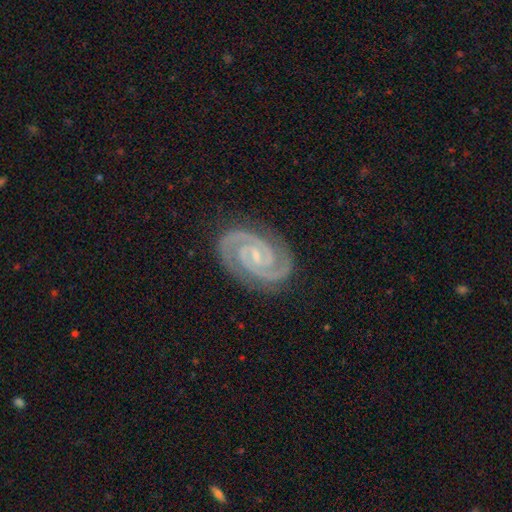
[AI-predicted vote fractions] Morphology: type=featured or disk (93%); edge-on=no (98%); bar=no (46%); spiral arms=yes (99%); winding=tight (72%); arm count=2 (94%); bulge=small (75%); merging=none (87%).